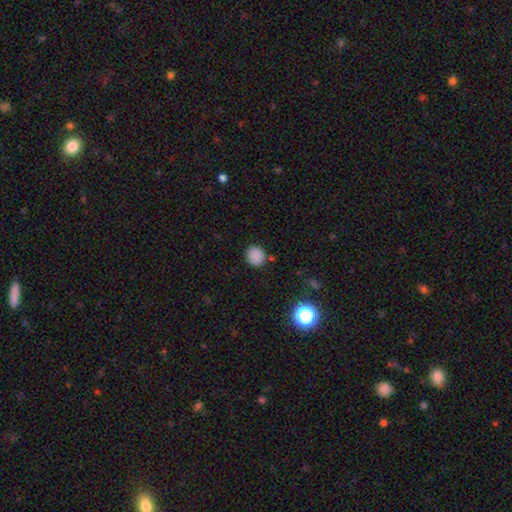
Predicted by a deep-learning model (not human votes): A smooth galaxy with no disk features (84%) that is round (88%). Merging: none (86%).